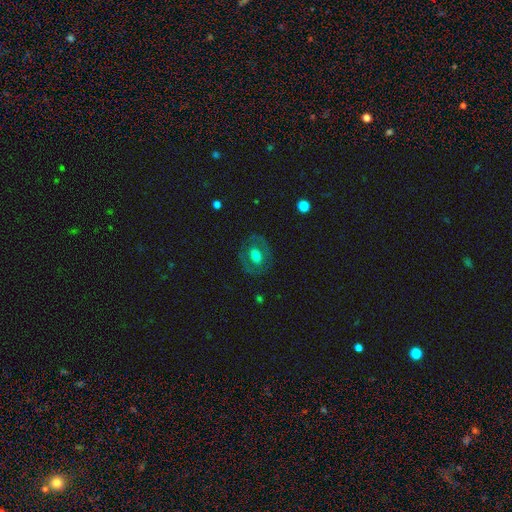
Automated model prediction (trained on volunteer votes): Smooth or featured? Predicted: smooth (p=0.47). Merging? Predicted: none (p=0.79).